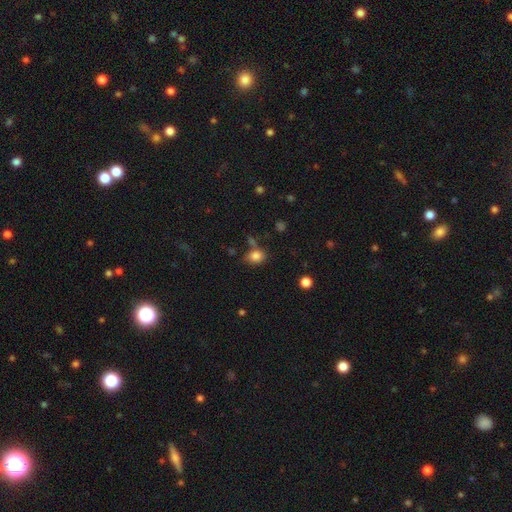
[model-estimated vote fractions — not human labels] smooth-or-featured: smooth: 83% | star or artifact: 11% | featured or disk: 6%
  how-rounded: in between: 54% | round: 45% | cigar-shaped: 1%
  merging: none: 65% | minor disturbance: 19% | merger: 11% | major disturbance: 6%